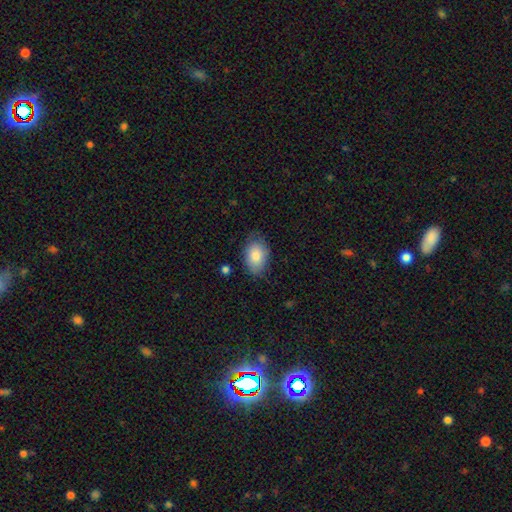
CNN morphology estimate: A smooth galaxy with no disk features (84%) that is in between round and cigar-shaped (88%).

Vote fractions:
- Smooth or featured? smooth: 84% / featured or disk: 9% / star or artifact: 6%
- How rounded? in between: 88% / round: 11% / cigar-shaped: 1%
- Merging? none: 72% / minor disturbance: 21% / major disturbance: 5% / merger: 2%